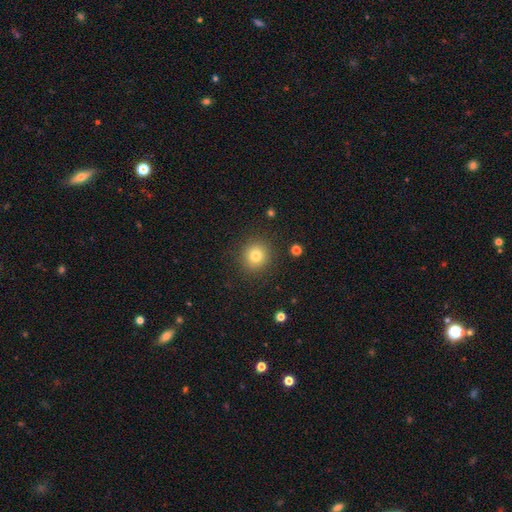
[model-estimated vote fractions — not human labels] Smooth or featured: smooth — 80% (star or artifact — 12%)
How rounded: round — 91% (in between — 8%)
Merging: none — 89% (minor disturbance — 7%)